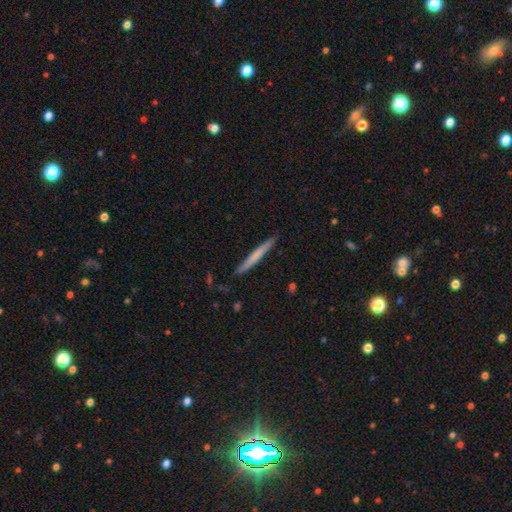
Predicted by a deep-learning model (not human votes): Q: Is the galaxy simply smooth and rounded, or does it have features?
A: smooth — 61%.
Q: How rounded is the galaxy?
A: cigar-shaped — 97%.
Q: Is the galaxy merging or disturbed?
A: none — 89%.